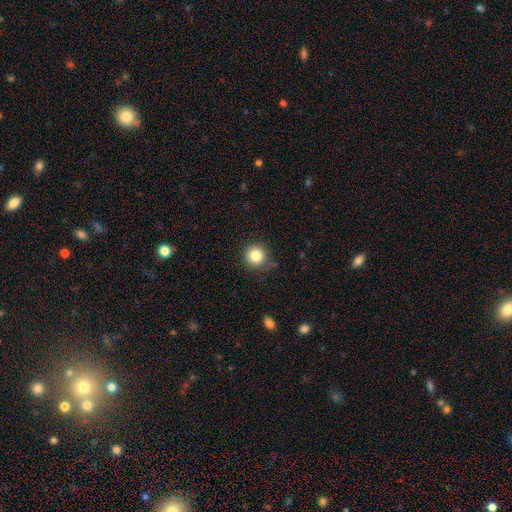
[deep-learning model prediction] This appears to be a smooth galaxy with no disk features (83%) that is round (94%). Merging: none (85%).